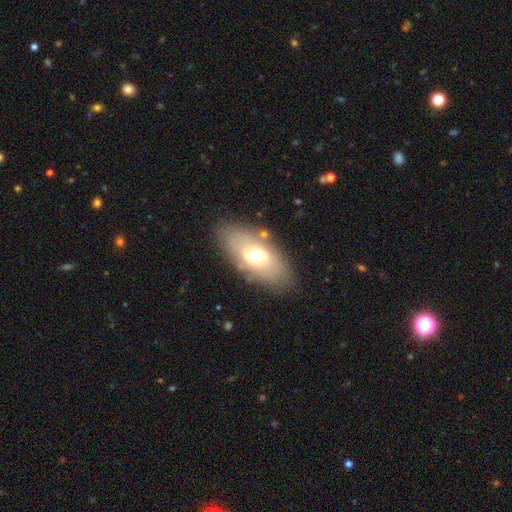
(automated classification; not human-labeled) This appears to be a smooth galaxy with no disk features (54%) that is in between round and cigar-shaped (89%). Merging: none (80%).